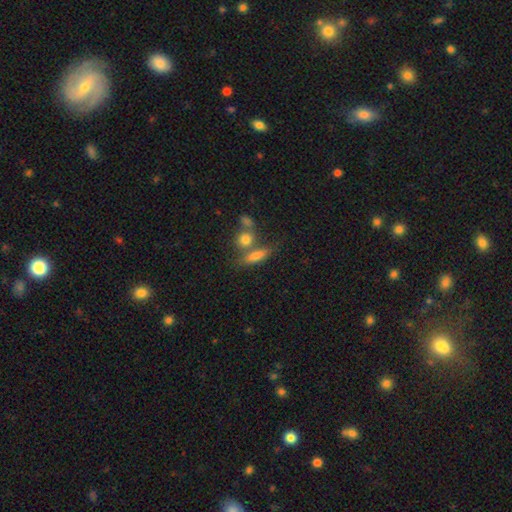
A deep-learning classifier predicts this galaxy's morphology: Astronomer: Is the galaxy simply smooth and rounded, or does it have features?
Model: smooth — 74%.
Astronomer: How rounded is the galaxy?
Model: in between — 46% (runner-up: cigar-shaped, 44%).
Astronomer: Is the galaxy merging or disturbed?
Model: none — 53% (runner-up: merger, 28%).